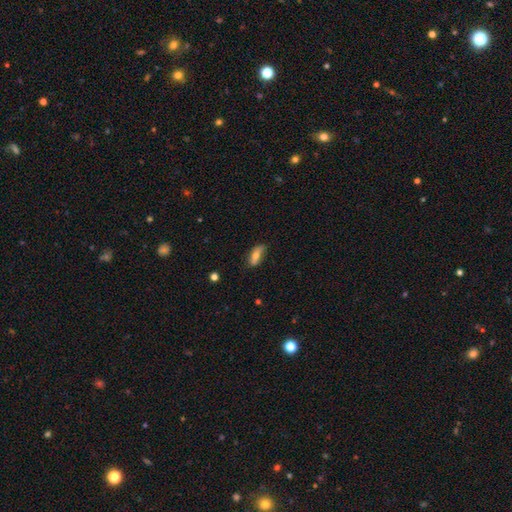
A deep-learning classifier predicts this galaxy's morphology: A smooth galaxy with no disk features (66%) that is in between round and cigar-shaped (77%). Merging: none (62%).